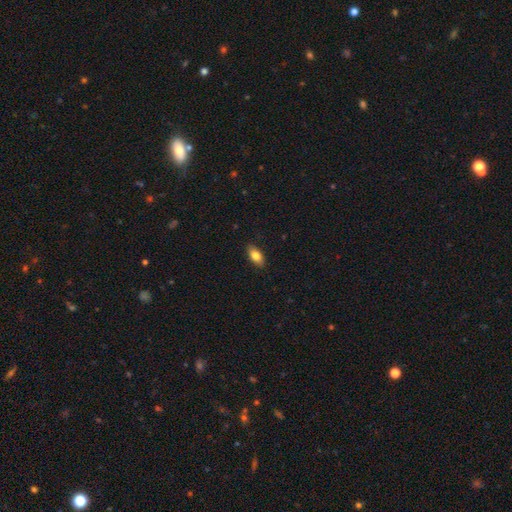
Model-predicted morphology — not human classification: This appears to be a smooth galaxy with no disk features (81%) that is in between round and cigar-shaped (88%). Merging: none (87%).